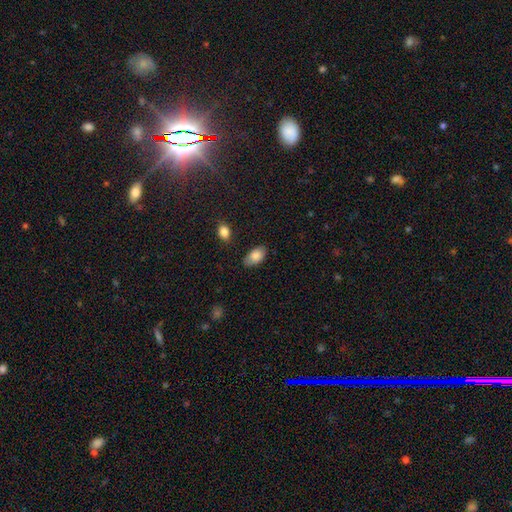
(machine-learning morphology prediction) Smooth or featured? smooth (85%)
How rounded? in between (93%)
Merging? none (77%)